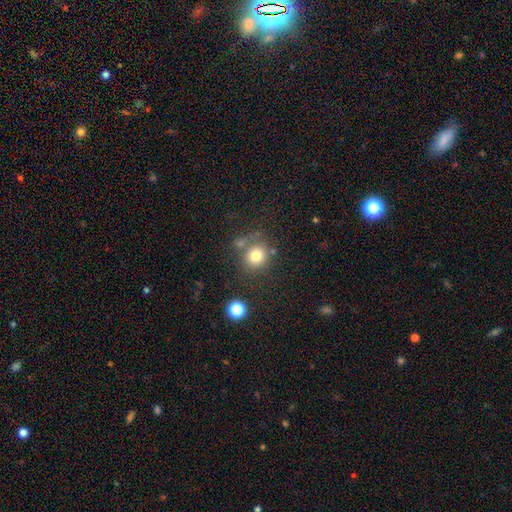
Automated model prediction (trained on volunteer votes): smooth_or_featured: smooth (p=0.77) [alt: star or artifact p=0.13]
how_rounded: round (p=0.85) [alt: in between p=0.14]
merging: none (p=0.68) [alt: merger p=0.14]